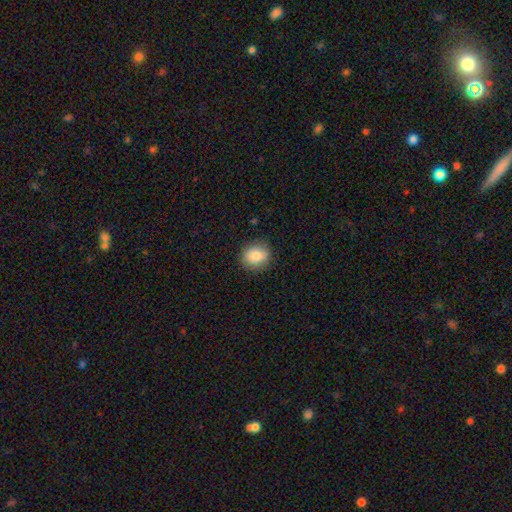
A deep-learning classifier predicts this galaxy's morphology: This appears to be a smooth galaxy with no disk features (82%) that is round (72%). Merging: none (84%).